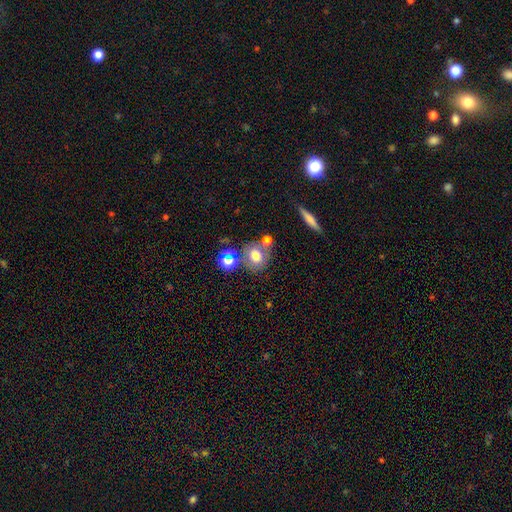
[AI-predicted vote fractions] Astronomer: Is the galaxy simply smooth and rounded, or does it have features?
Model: smooth — 68%.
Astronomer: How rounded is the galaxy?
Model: round — 64%.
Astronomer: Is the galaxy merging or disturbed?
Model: none — 52% (runner-up: merger, 29%).